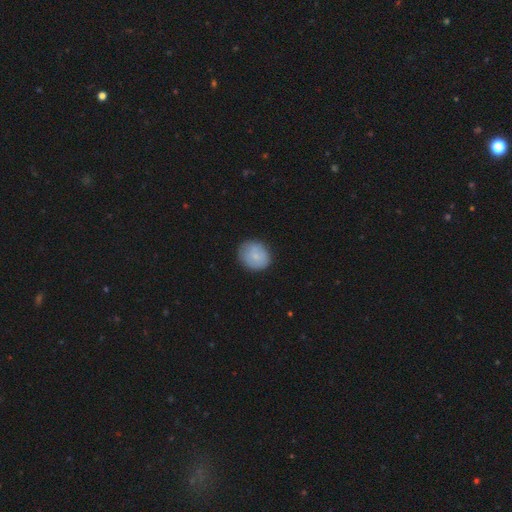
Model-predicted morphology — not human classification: Overall: smooth (81%). How rounded: round (75%). Merging: none (82%).